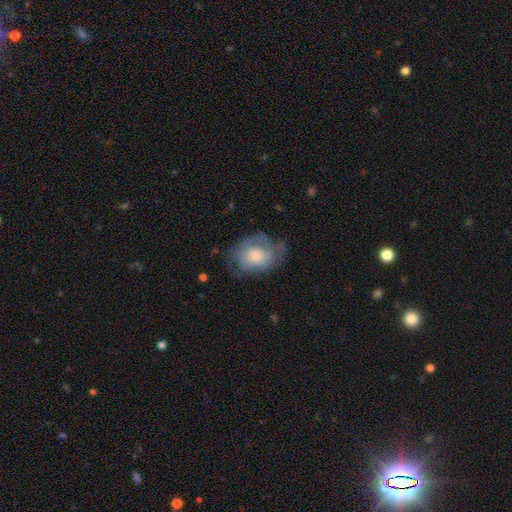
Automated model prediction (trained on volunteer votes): The model was most divided on "merging": none: 52%, minor disturbance: 29%, major disturbance: 17%, merger: 2%. More confident: how rounded — in between (62%); smooth or featured — smooth (60%).